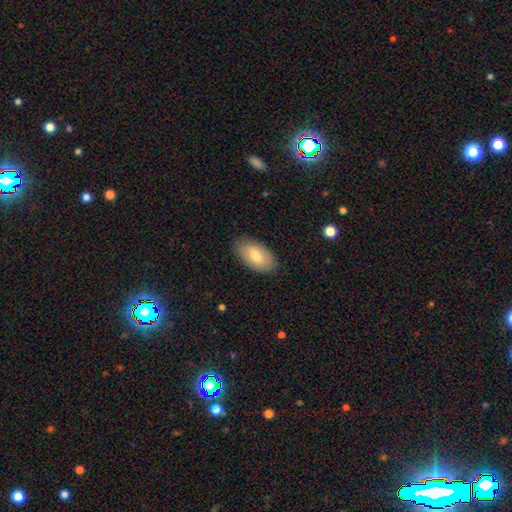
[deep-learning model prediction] Smooth or featured?
  - smooth: 76% *
  - featured or disk: 18%
  - star or artifact: 6%
How rounded?
  - in between: 94% *
  - round: 3%
  - cigar-shaped: 2%
Merging?
  - none: 84% *
  - minor disturbance: 12%
  - major disturbance: 3%
  - merger: 1%